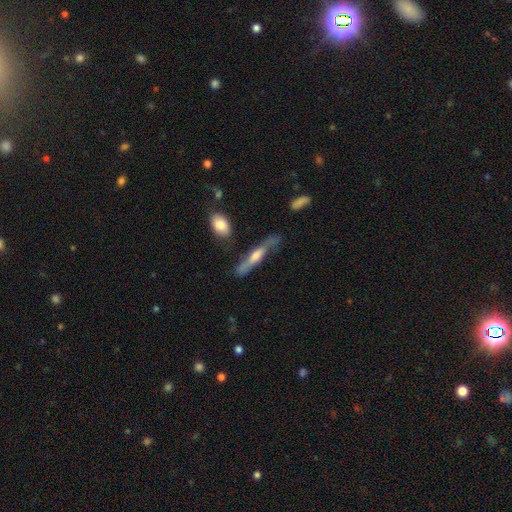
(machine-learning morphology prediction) Smooth or featured: featured or disk — 63% (smooth — 30%)
Edge-on disk: yes — 78% (no — 22%)
Merging: none — 64% (minor disturbance — 22%)